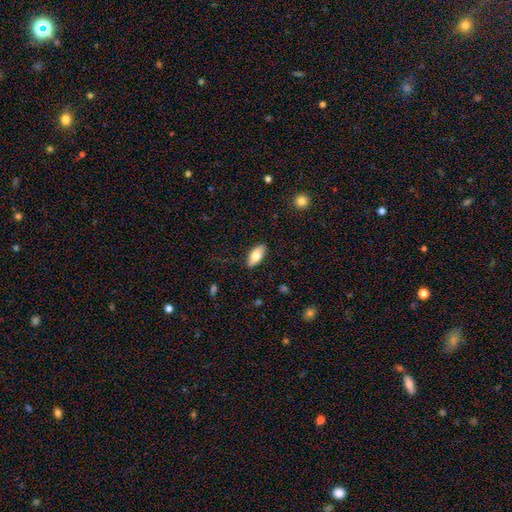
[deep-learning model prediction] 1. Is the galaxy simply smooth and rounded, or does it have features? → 76% smooth, 18% featured or disk, 6% star or artifact.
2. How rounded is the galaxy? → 84% in between, 13% cigar-shaped, 2% round.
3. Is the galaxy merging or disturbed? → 88% none, 9% minor disturbance, 2% major disturbance, 1% merger.